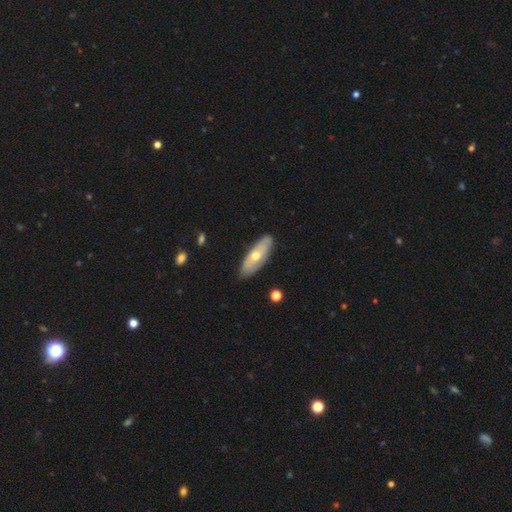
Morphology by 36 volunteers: smooth-or-featured: smooth: 56% | featured or disk: 44% | star or artifact: 0%
  how-rounded: in between: 60% | cigar-shaped: 40% | round: 0%
  merging: none: 86% | minor disturbance: 11% | merger: 3% | major disturbance: 0%